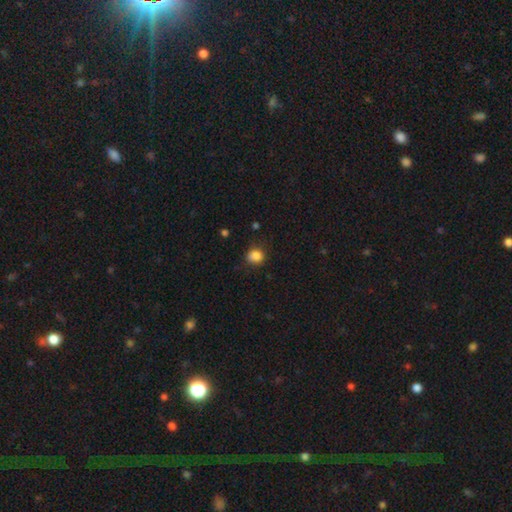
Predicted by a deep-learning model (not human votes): Overall: smooth (86%). How rounded: round (64%; in between 35%). Merging: none (74%).